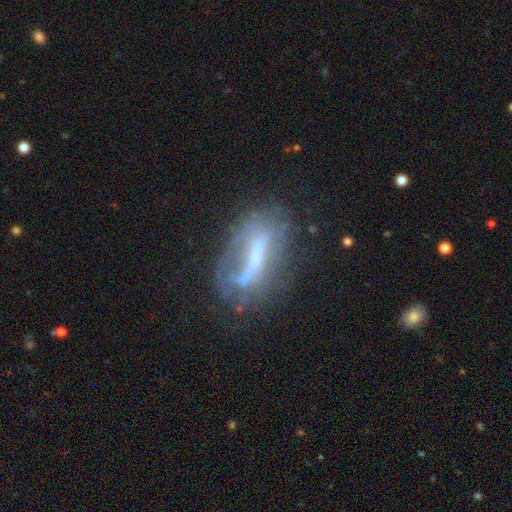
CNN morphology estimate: Smooth or featured?
  - featured or disk: 60% *
  - smooth: 28%
  - star or artifact: 11%
Edge-on disk?
  - no: 77% *
  - yes: 23%
Merging?
  - none: 50% *
  - minor disturbance: 23%
  - major disturbance: 21%
  - merger: 6%